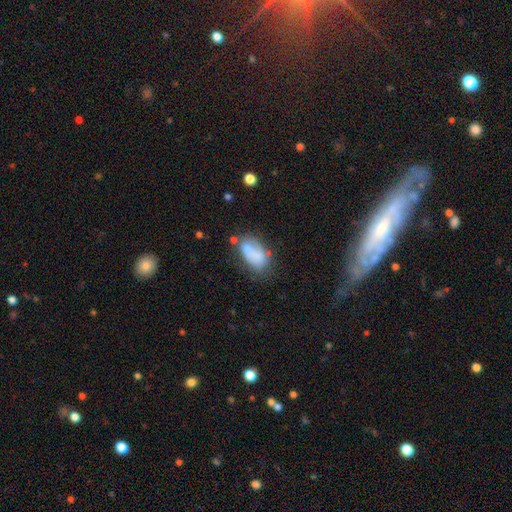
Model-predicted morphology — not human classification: type=smooth (63%); roundness=in between (89%); merging=none (35%).